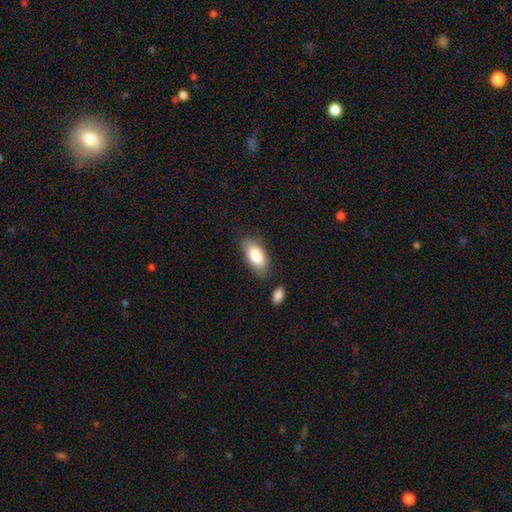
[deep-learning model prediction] The model was most divided on "merging": none: 73%, minor disturbance: 17%, merger: 5%, major disturbance: 4%. More confident: how rounded — in between (90%); smooth or featured — smooth (84%).